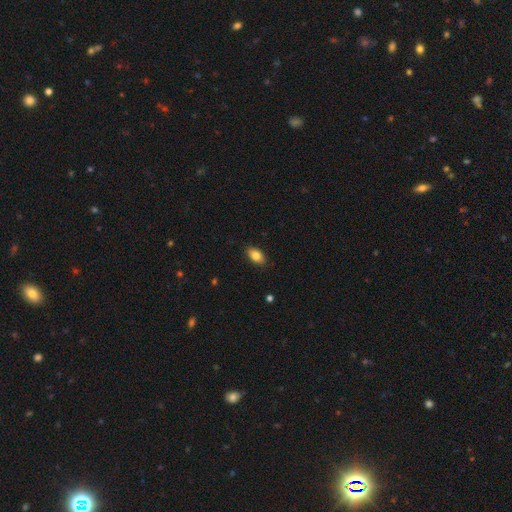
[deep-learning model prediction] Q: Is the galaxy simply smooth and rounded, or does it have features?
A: smooth — 83%.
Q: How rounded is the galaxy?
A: in between — 91%.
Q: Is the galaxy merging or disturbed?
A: none — 88%.